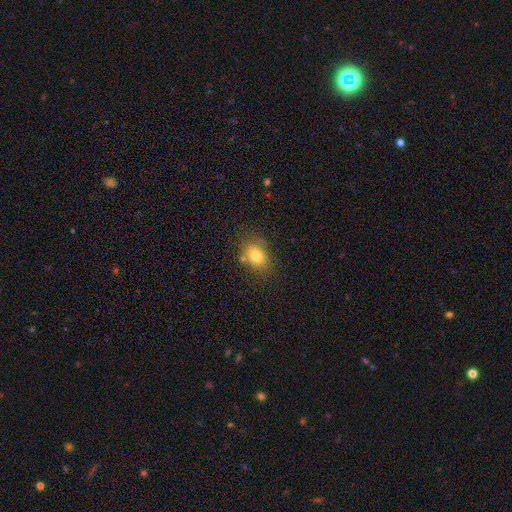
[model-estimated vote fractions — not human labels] Morphology: type=smooth (78%); roundness=in between (63%); merging=none (73%).